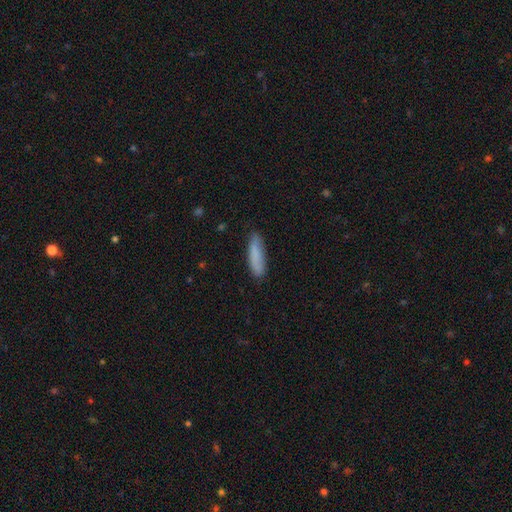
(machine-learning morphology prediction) Smooth or featured: smooth — 85% (featured or disk — 9%)
How rounded: cigar-shaped — 70% (in between — 29%)
Merging: none — 82% (minor disturbance — 14%)